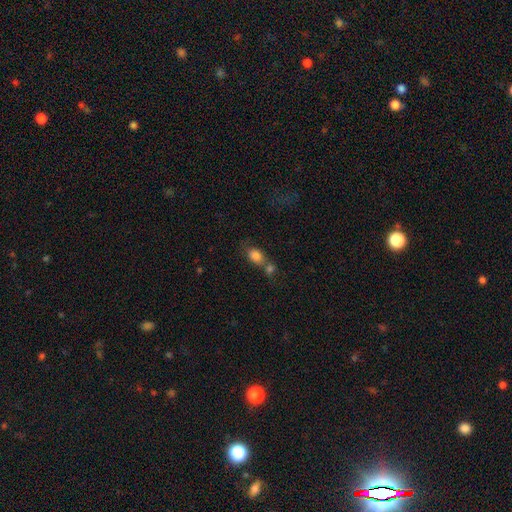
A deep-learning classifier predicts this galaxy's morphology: Smooth or featured?
  - smooth: 82% *
  - star or artifact: 10%
  - featured or disk: 9%
How rounded?
  - in between: 75% *
  - round: 23%
  - cigar-shaped: 2%
Merging?
  - merger: 50% *
  - none: 33%
  - minor disturbance: 11%
  - major disturbance: 6%